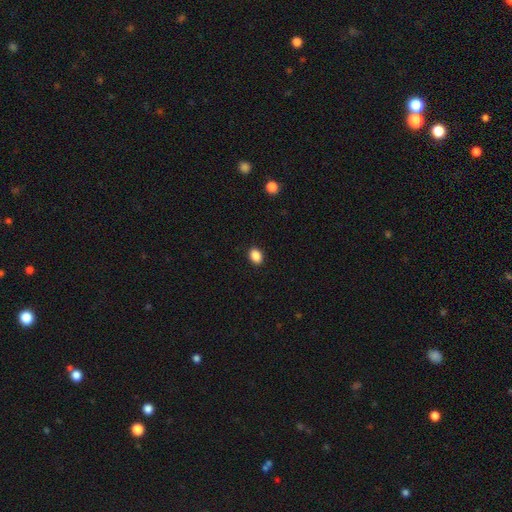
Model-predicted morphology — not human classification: smooth 88%, star or artifact 9%, featured or disk 3%. Down the decision tree: how rounded — in between (63%); merging — none (91%).